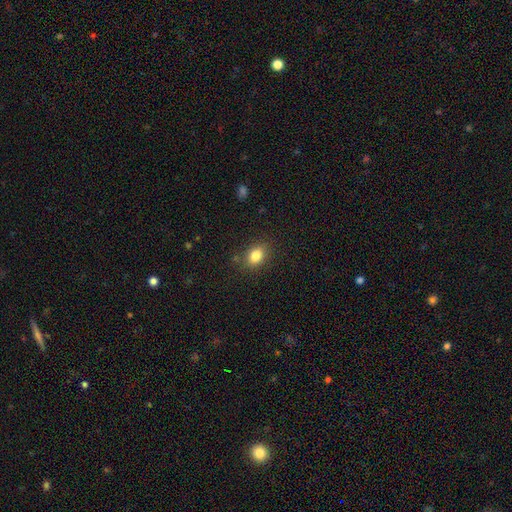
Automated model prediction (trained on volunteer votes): A smooth galaxy with no disk features (83%) that is in between round and cigar-shaped (70%). Merging: none (84%).